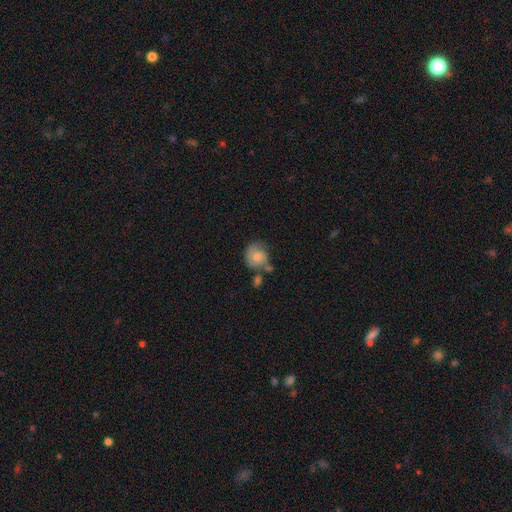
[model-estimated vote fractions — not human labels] This appears to be a smooth galaxy with no disk features (59%) that is round (78%). Merging: none (51%).